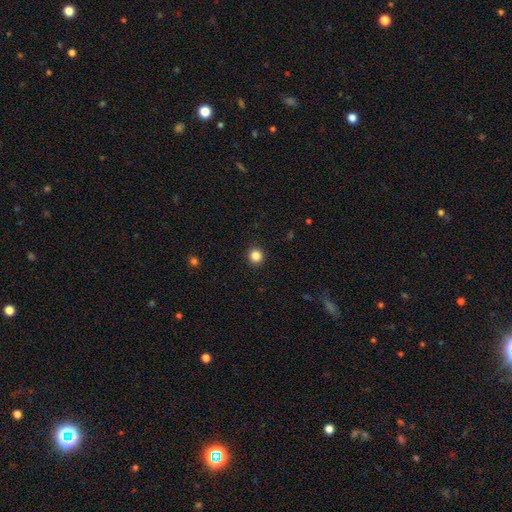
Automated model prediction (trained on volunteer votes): This appears to be a smooth galaxy with no disk features (85%) that is round (94%). Merging: none (93%).